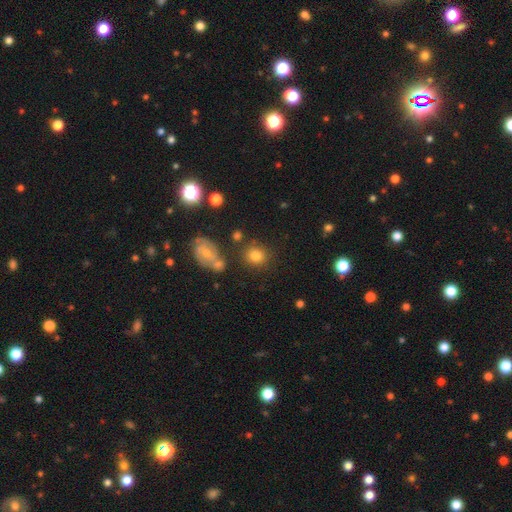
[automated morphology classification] A smooth galaxy with no disk features (76%) that is round (80%). Merging: none (74%).